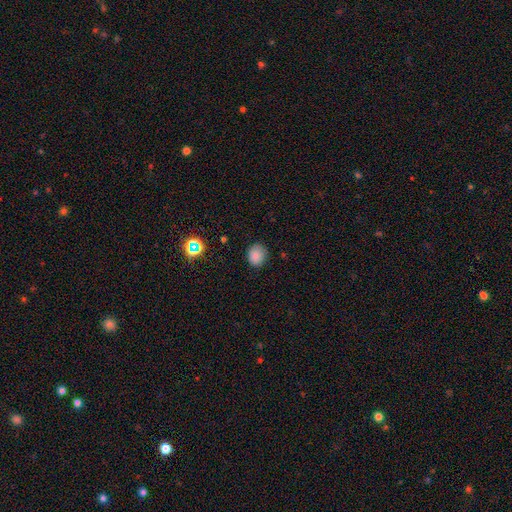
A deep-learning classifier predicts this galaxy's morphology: A smooth galaxy with no disk features (82%) that is round (68%).

Vote fractions:
- Smooth or featured? smooth: 82% / star or artifact: 13% / featured or disk: 5%
- How rounded? round: 68% / in between: 31% / cigar-shaped: 1%
- Merging? none: 82% / minor disturbance: 14% / major disturbance: 3% / merger: 1%